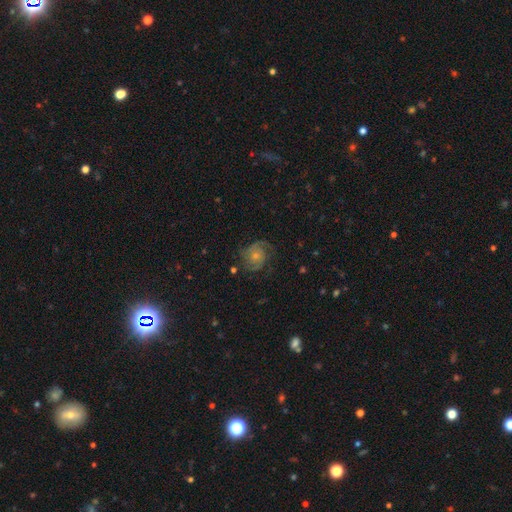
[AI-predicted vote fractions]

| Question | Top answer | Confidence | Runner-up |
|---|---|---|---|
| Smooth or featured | featured or disk | 75% | smooth (17%) |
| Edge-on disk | no | 98% | yes (2%) |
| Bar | no | 77% | weak (19%) |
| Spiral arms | yes | 93% | no (7%) |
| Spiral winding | medium | 46% | tight (33%) |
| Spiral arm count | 2 | 56% | 3 (16%) |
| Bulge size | small | 61% | moderate (32%) |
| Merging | none | 66% | minor disturbance (19%) |